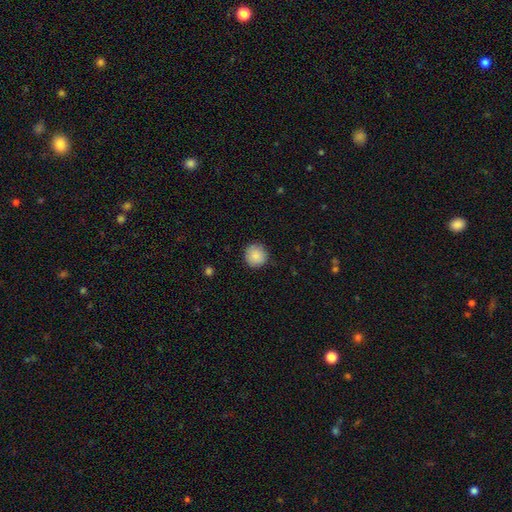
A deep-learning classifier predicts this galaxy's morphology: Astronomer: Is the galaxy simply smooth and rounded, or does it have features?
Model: smooth — 87%.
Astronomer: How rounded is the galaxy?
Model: round — 94%.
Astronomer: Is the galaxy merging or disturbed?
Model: none — 89%.